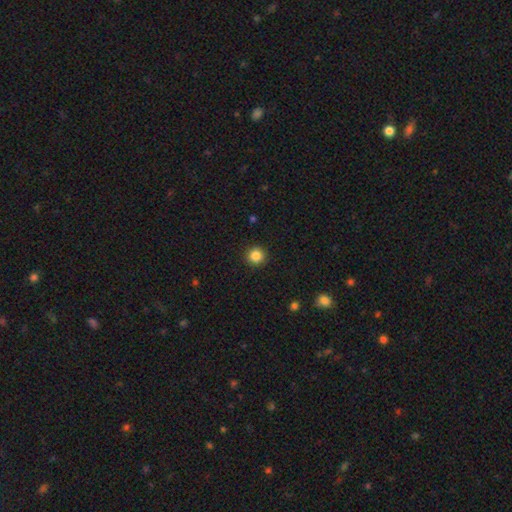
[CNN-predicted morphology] type=smooth (85%); roundness=round (95%); merging=none (93%).